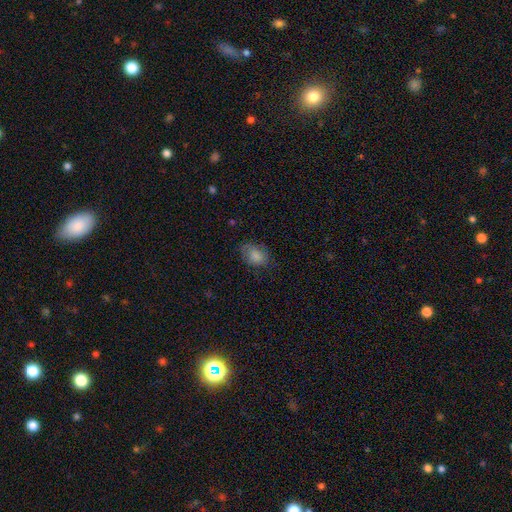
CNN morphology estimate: This appears to be a smooth galaxy with no disk features (83%) that is in between round and cigar-shaped (78%). Merging: none (67%).